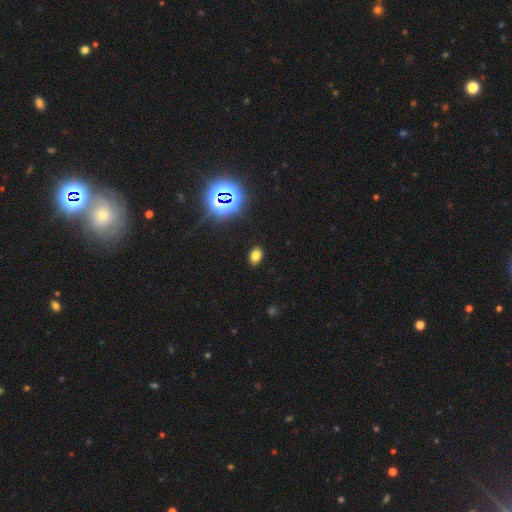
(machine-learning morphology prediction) Smooth or featured? Predicted: smooth (p=0.72). How rounded? Predicted: in between (p=0.75). Merging? Predicted: none (p=0.89).